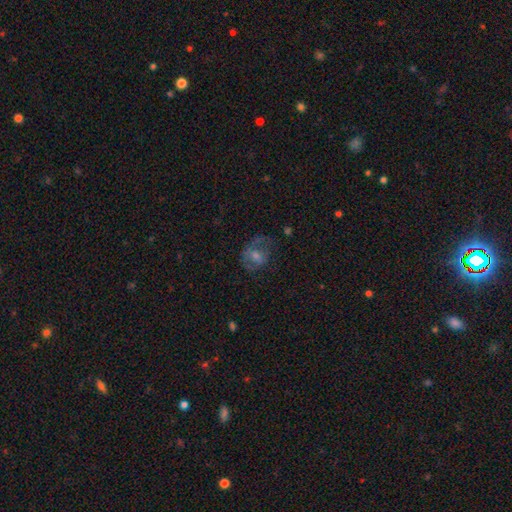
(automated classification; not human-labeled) smooth-or-featured: featured or disk: 51% | smooth: 35% | star or artifact: 14%
  disk-edge-on: no: 96% | yes: 4%
  merging: none: 50% | major disturbance: 26% | minor disturbance: 22% | merger: 2%